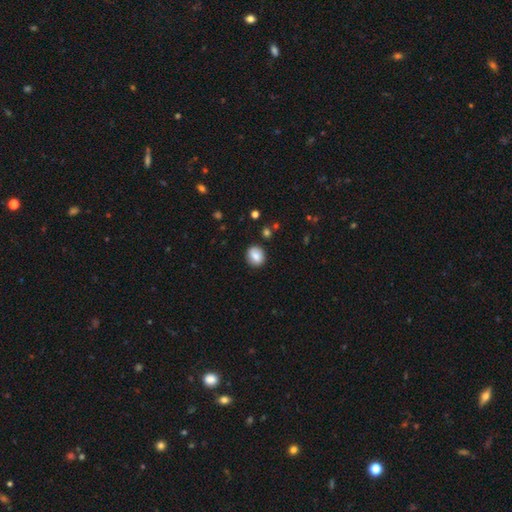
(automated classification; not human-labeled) A smooth galaxy with no disk features (80%) that is round (68%). Merging: none (84%).